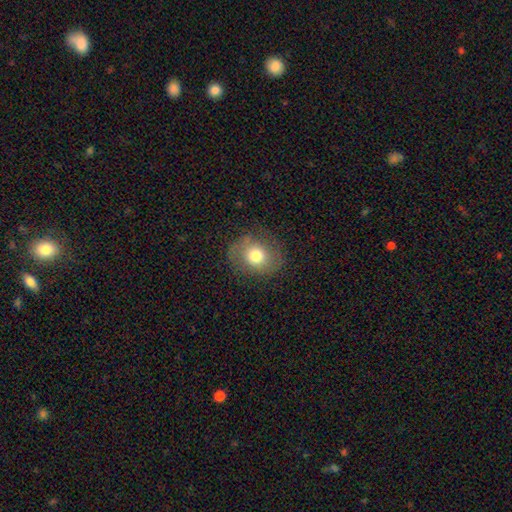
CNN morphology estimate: This is likely a smooth galaxy (68%). How rounded: likely round (68%). Merging: likely none (76%).